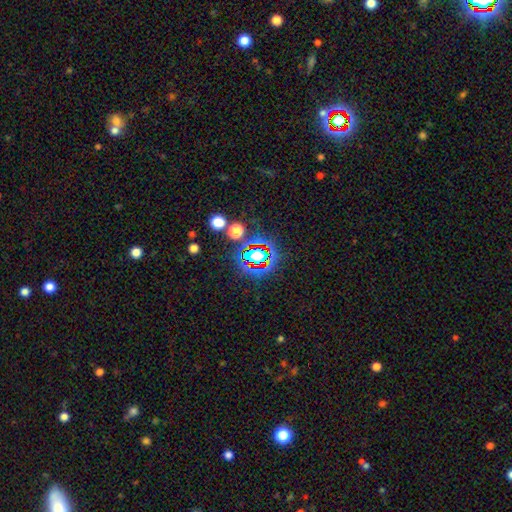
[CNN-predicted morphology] type=star or artifact (65%).